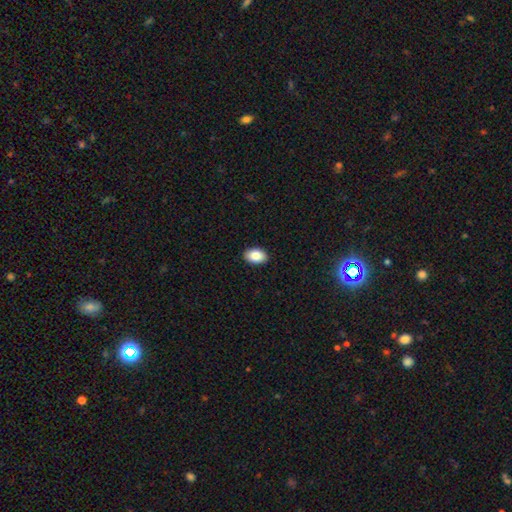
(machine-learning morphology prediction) type=smooth (85%); roundness=in between (88%); merging=none (90%).